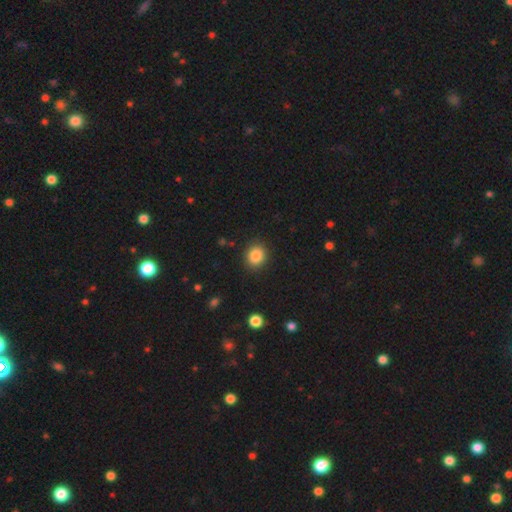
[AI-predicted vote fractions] Q: Smooth or featured?
A: smooth (86%); runner-up: star or artifact (10%)
Q: How rounded?
A: round (75%); runner-up: in between (24%)
Q: Merging?
A: none (89%); runner-up: minor disturbance (7%)